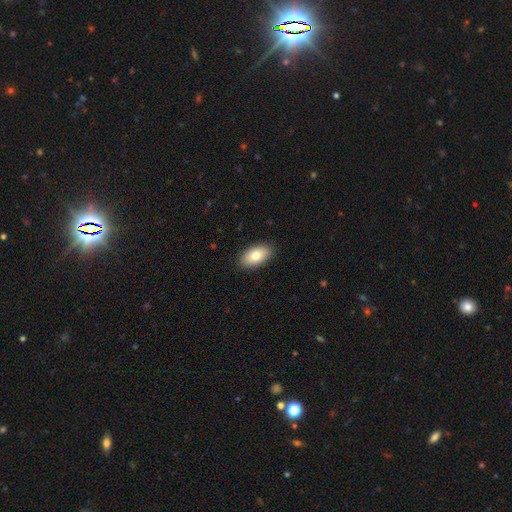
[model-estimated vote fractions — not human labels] smooth_or_featured: smooth (p=0.81) [alt: featured or disk p=0.13]
how_rounded: in between (p=0.94) [alt: round p=0.04]
merging: none (p=0.89) [alt: minor disturbance p=0.09]